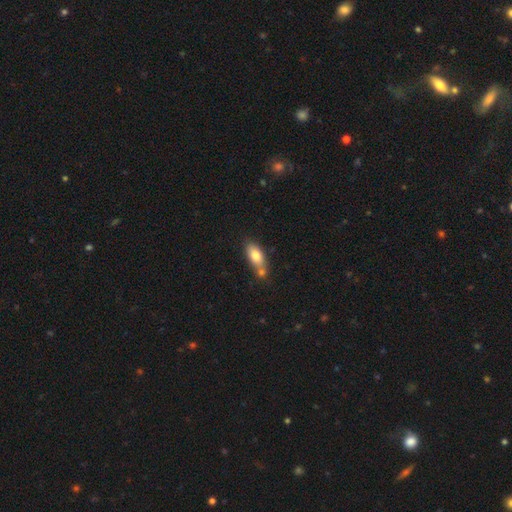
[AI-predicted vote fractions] Q: Smooth or featured?
A: smooth (76%); runner-up: featured or disk (17%)
Q: How rounded?
A: in between (80%); runner-up: cigar-shaped (15%)
Q: Merging?
A: none (48%); runner-up: merger (30%)